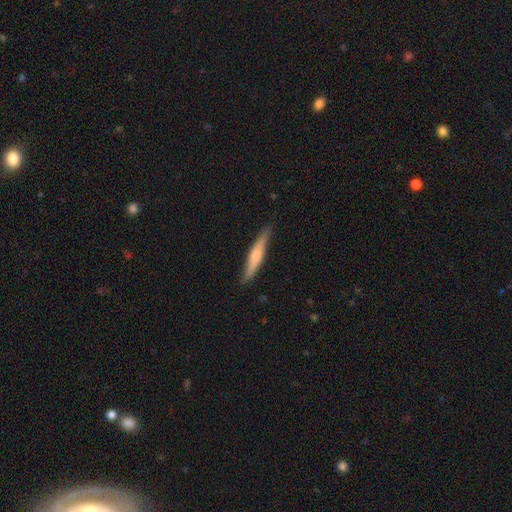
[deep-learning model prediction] smooth-or-featured: smooth: 50% | featured or disk: 45% | star or artifact: 5%
  merging: none: 84% | minor disturbance: 12% | major disturbance: 2% | merger: 1%